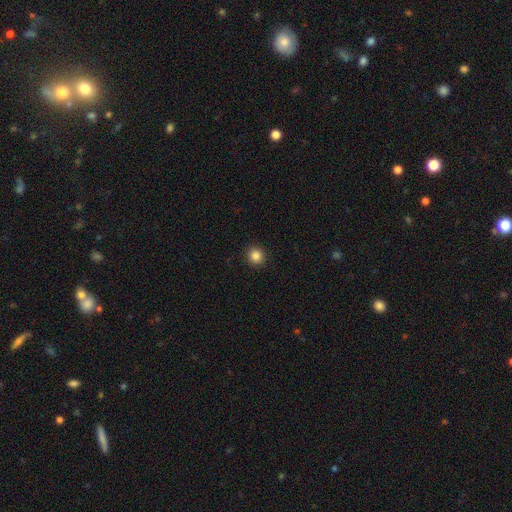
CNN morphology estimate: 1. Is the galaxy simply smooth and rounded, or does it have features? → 85% smooth, 11% star or artifact, 3% featured or disk.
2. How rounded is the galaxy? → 94% round, 5% in between, 1% cigar-shaped.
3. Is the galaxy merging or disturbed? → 93% none, 5% minor disturbance, 2% major disturbance, 1% merger.